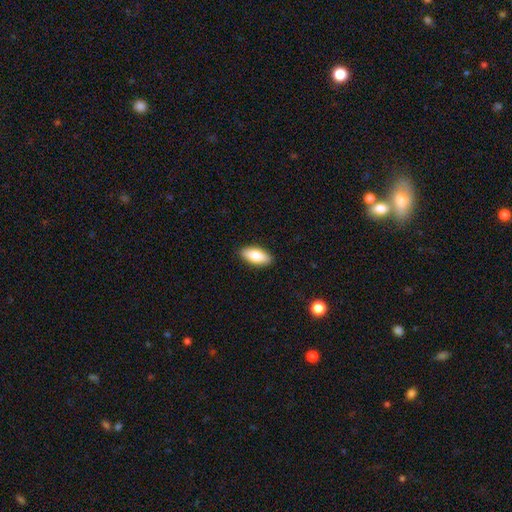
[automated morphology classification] Smooth or featured? smooth (79%)
How rounded? in between (86%)
Merging? none (90%)